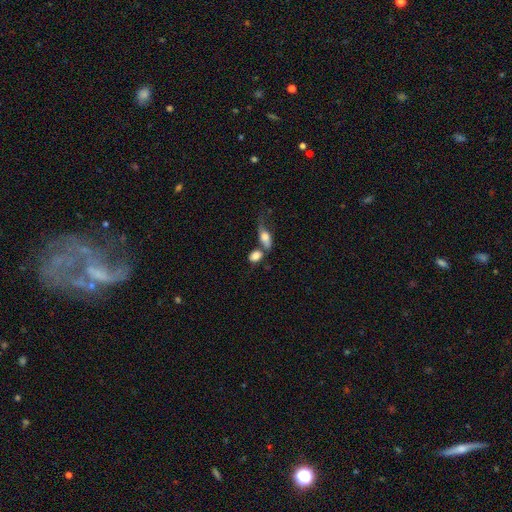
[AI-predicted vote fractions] smooth-or-featured: smooth: 78% | featured or disk: 14% | star or artifact: 8%
  how-rounded: in between: 72% | round: 23% | cigar-shaped: 5%
  merging: merger: 48% | none: 31% | minor disturbance: 12% | major disturbance: 9%